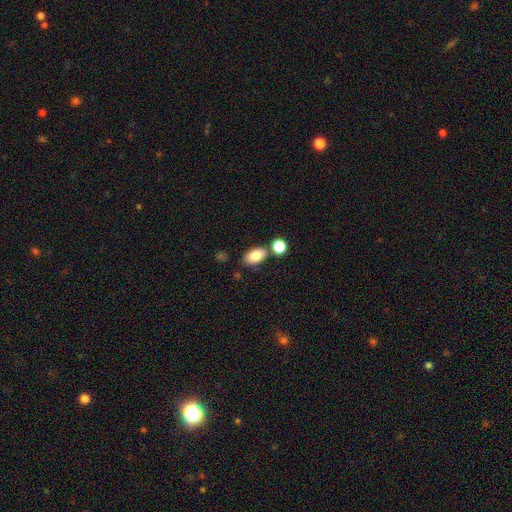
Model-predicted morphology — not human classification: Smooth or featured? smooth (82%)
How rounded? in between (90%)
Merging? none (73%)